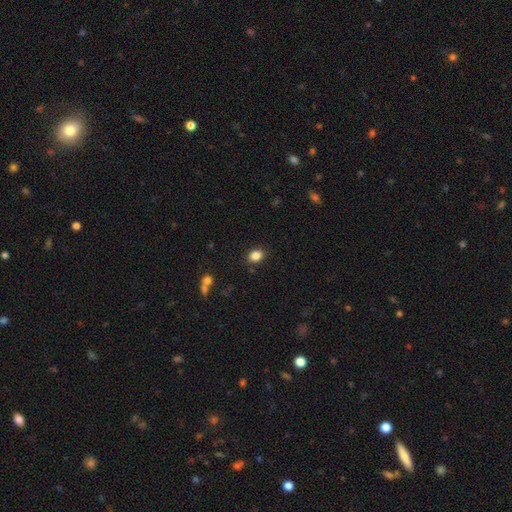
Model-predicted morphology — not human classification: Smooth or featured? smooth (86%)
How rounded? in between (66%)
Merging? none (87%)